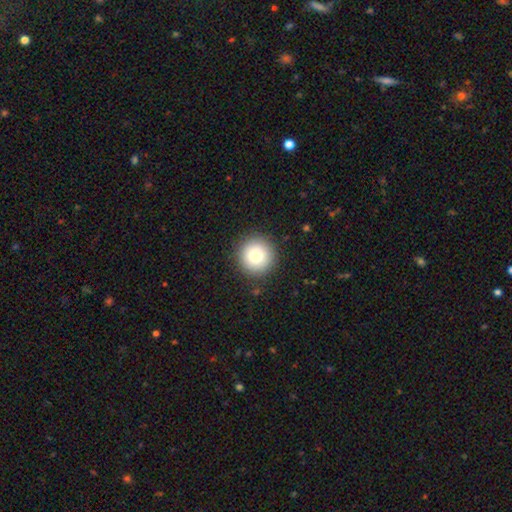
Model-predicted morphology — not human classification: A smooth galaxy with no disk features (81%) that is round (96%).

Vote fractions:
- Smooth or featured? smooth: 81% / star or artifact: 10% / featured or disk: 9%
- How rounded? round: 96% / in between: 4% / cigar-shaped: 1%
- Merging? none: 90% / minor disturbance: 6% / major disturbance: 2% / merger: 1%